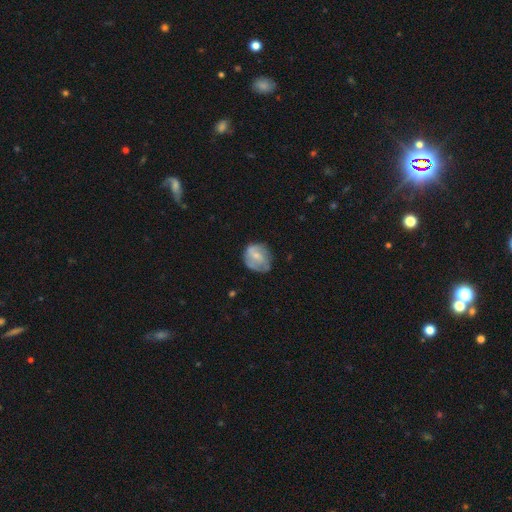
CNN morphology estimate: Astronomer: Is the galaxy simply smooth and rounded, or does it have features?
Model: smooth — 49% (runner-up: featured or disk, 43%).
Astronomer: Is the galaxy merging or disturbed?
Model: none — 57%.